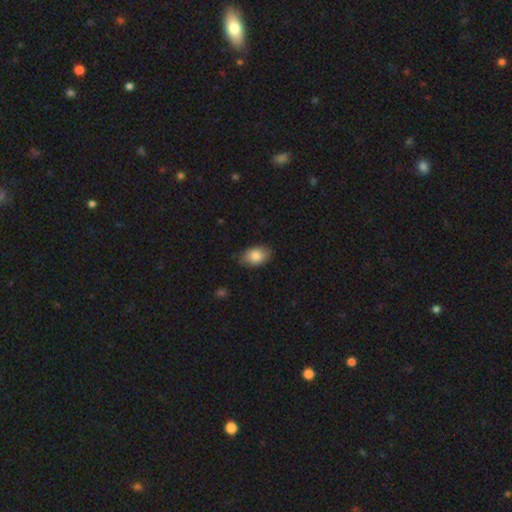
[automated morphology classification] Smooth or featured? smooth (85%)
How rounded? in between (88%)
Merging? none (80%)